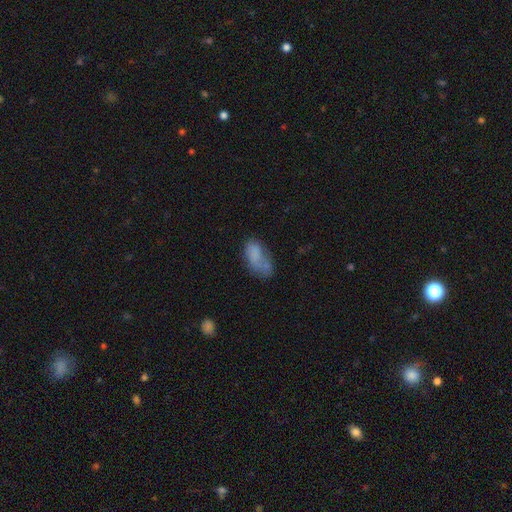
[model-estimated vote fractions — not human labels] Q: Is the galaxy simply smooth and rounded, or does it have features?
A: smooth — 70%.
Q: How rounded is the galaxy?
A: in between — 91%.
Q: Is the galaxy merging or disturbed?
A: none — 39%.